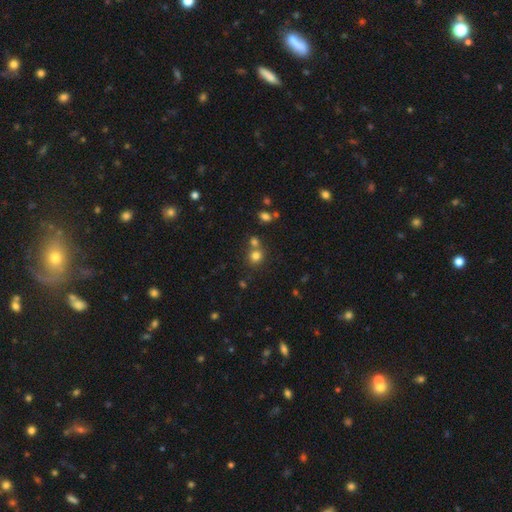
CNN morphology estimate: type=smooth (77%); roundness=round (86%); merging=none (61%).